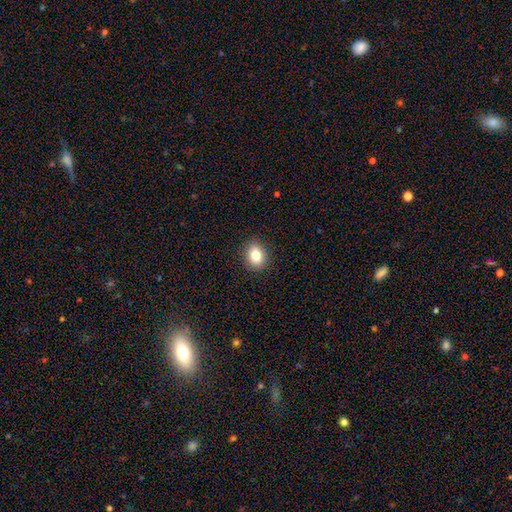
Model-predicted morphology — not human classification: A smooth galaxy with no disk features (82%) that is in between round and cigar-shaped (54%). Merging: none (89%).